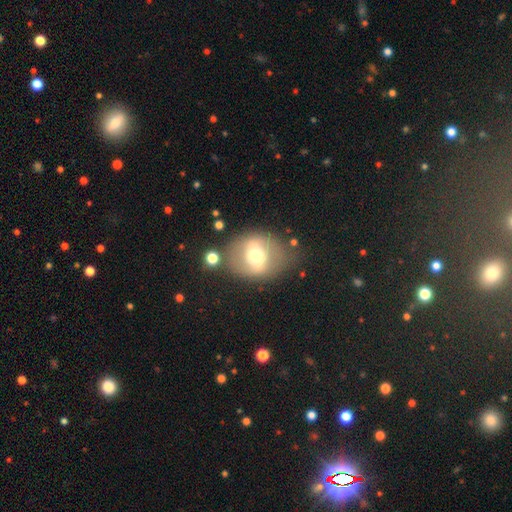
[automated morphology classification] smooth_or_featured: smooth (p=0.49) [alt: featured or disk p=0.43]
merging: none (p=0.68) [alt: minor disturbance p=0.18]